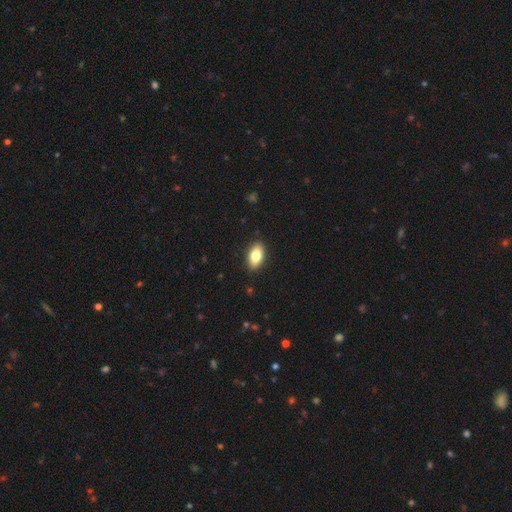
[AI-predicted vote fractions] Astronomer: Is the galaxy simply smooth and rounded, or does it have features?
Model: smooth — 82%.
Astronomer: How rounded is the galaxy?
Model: in between — 91%.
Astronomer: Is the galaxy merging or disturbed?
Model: none — 90%.